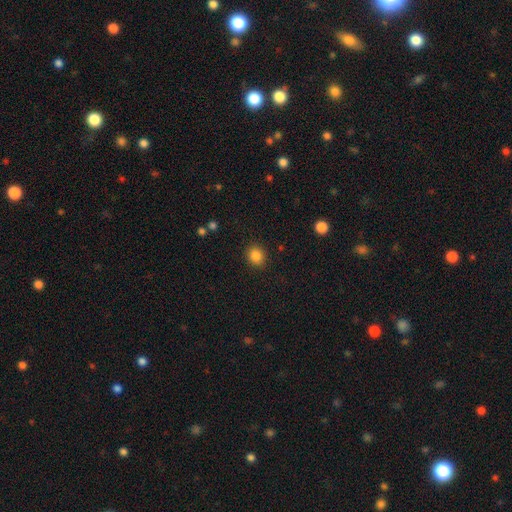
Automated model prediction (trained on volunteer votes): Smooth or featured?
  - smooth: 85% *
  - star or artifact: 11%
  - featured or disk: 4%
How rounded?
  - round: 74% *
  - in between: 25%
  - cigar-shaped: 1%
Merging?
  - none: 89% *
  - minor disturbance: 7%
  - major disturbance: 2%
  - merger: 1%